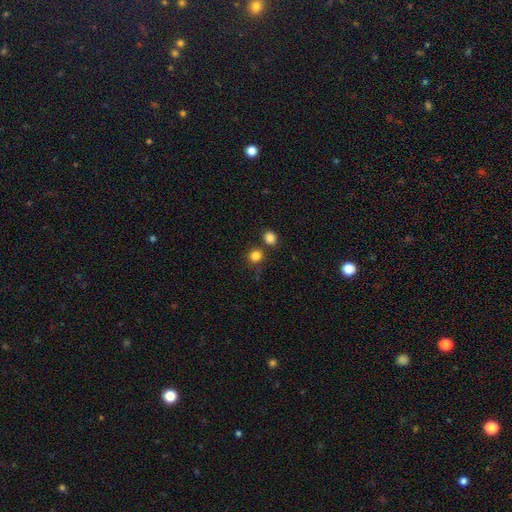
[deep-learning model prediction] A smooth galaxy with no disk features (83%) that is round (84%). Merging: none (73%).